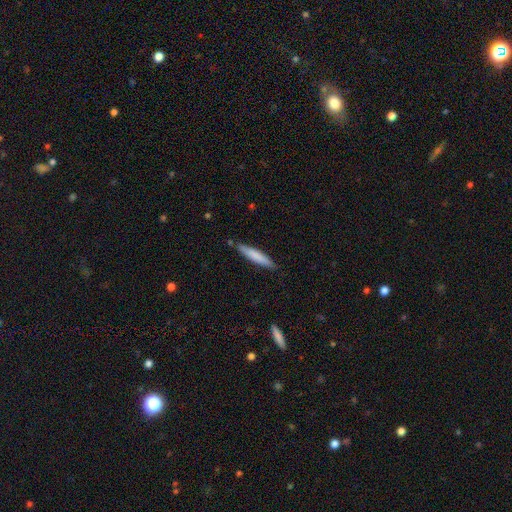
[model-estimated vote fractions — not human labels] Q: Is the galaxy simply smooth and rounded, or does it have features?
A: smooth — 76%.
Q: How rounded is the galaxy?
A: cigar-shaped — 90%.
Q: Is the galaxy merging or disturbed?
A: none — 84%.